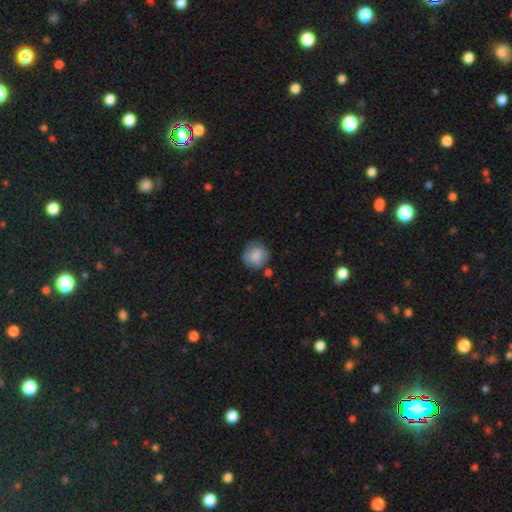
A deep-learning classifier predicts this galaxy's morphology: Overall: smooth (80%). How rounded: round (87%). Merging: none (70%).